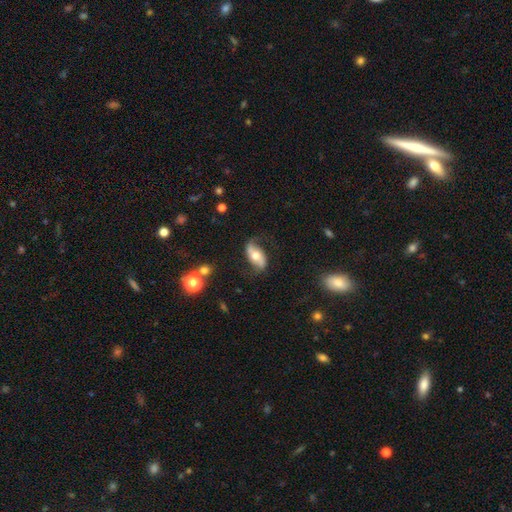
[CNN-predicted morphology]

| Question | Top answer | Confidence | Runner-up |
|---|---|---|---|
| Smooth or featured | featured or disk | 63% | smooth (30%) |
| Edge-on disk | no | 90% | yes (10%) |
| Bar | no | 56% | weak (24%) |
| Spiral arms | yes | 84% | no (16%) |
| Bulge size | moderate | 71% | small (14%) |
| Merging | none | 71% | minor disturbance (19%) |